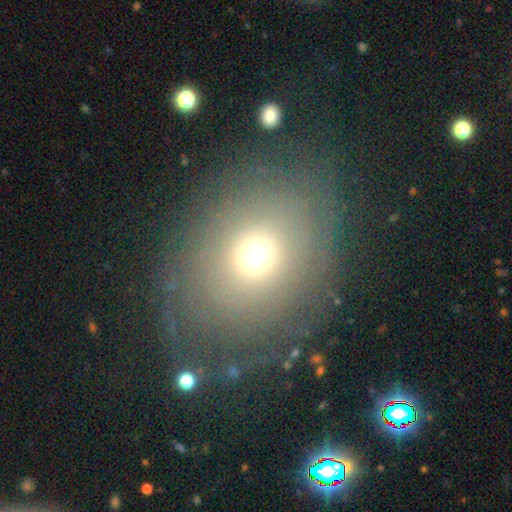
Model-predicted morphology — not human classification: smooth-or-featured: smooth: 52% | featured or disk: 33% | star or artifact: 15%
  how-rounded: round: 53% | in between: 46% | cigar-shaped: 1%
  merging: none: 73% | minor disturbance: 15% | major disturbance: 10% | merger: 2%